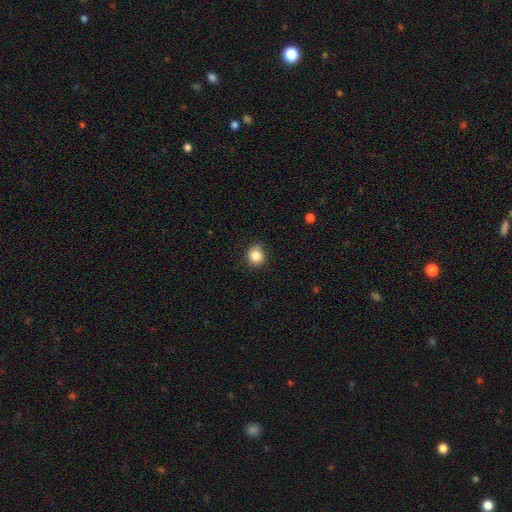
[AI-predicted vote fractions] smooth_or_featured: smooth (p=0.84) [alt: star or artifact p=0.10]
how_rounded: round (p=0.86) [alt: in between p=0.13]
merging: none (p=0.82) [alt: minor disturbance p=0.14]